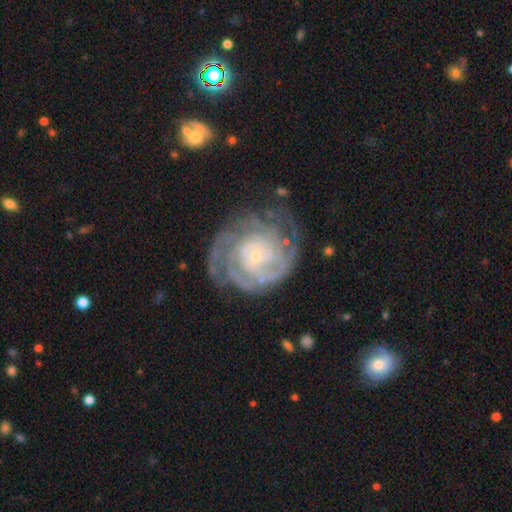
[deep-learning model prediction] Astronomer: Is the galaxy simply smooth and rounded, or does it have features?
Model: featured or disk — 86%.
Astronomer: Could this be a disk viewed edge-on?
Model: no — 98%.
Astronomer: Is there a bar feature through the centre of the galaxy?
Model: no — 73%.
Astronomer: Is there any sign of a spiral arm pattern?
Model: yes — 94%.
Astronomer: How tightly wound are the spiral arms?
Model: tight — 76%.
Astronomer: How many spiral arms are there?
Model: can't tell — 36% (runner-up: 3, 18%).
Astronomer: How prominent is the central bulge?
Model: small — 81%.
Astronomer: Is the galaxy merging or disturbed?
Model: none — 68%.